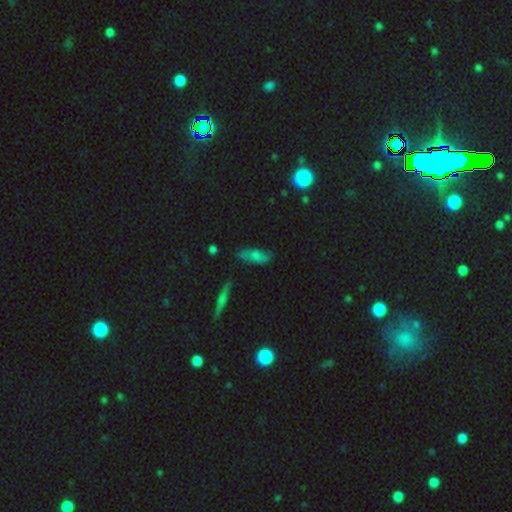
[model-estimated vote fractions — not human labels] smooth_or_featured: smooth (p=0.63) [alt: featured or disk p=0.26]
how_rounded: in between (p=0.70) [alt: cigar-shaped p=0.27]
merging: none (p=0.68) [alt: minor disturbance p=0.23]